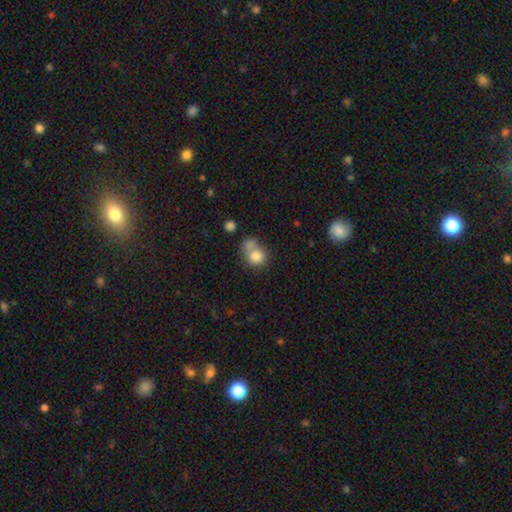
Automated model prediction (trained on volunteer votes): A smooth galaxy with no disk features (80%) that is round (77%).

Vote fractions:
- Smooth or featured? smooth: 80% / featured or disk: 10% / star or artifact: 10%
- How rounded? round: 77% / in between: 22% / cigar-shaped: 1%
- Merging? merger: 42% / none: 38% / minor disturbance: 12% / major disturbance: 7%